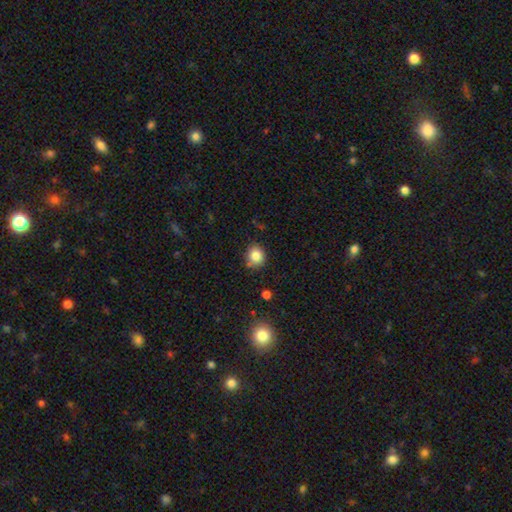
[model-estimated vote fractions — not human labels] This is clearly a smooth galaxy (83%). How rounded: likely round (80%). Merging: clearly none (81%).